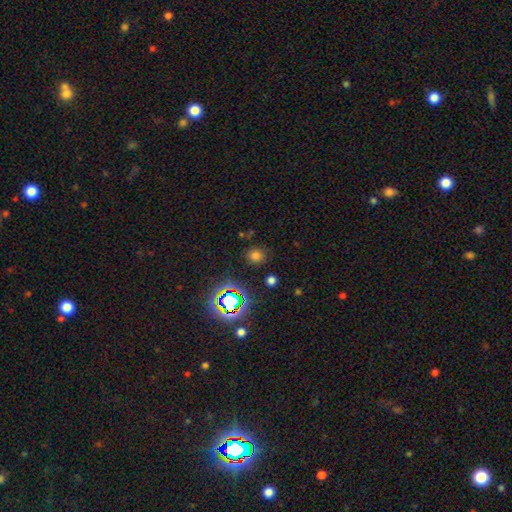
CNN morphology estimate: Overall: smooth (66%; star or artifact 27%). How rounded: round (81%). Merging: none (83%).